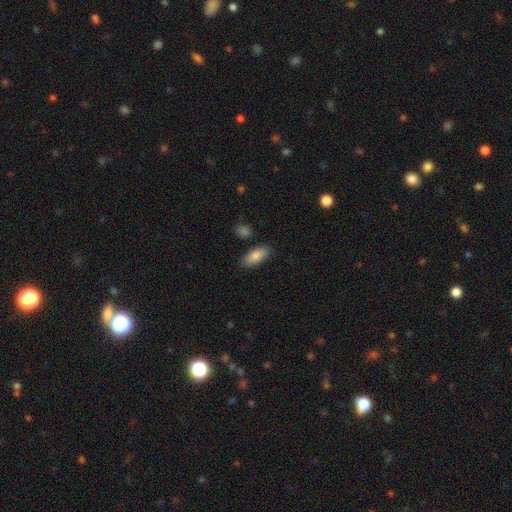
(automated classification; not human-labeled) A smooth galaxy with no disk features (81%) that is in between round and cigar-shaped (86%). Merging: none (85%).